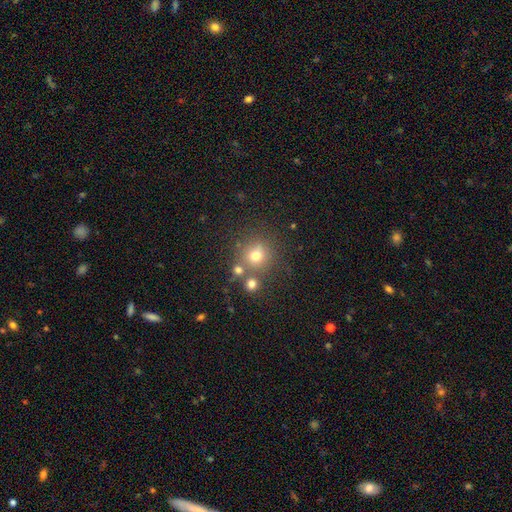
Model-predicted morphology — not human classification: Smooth or featured? smooth (70%)
How rounded? round (91%)
Merging? none (70%)